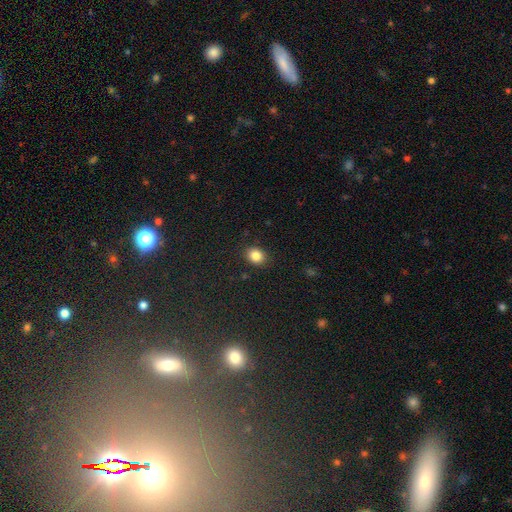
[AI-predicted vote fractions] Morphology: type=smooth (85%); roundness=round (54%); merging=none (88%).